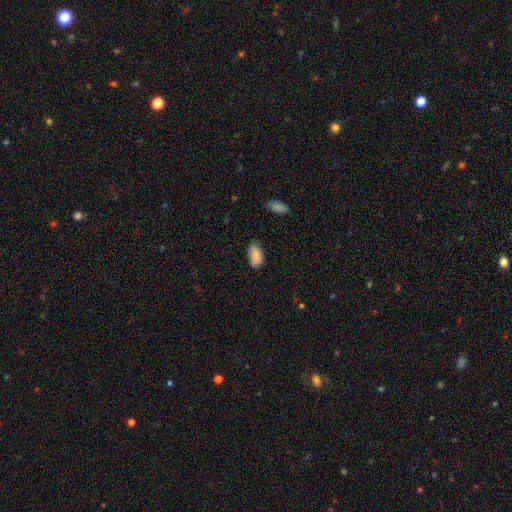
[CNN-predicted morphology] Overall: smooth (85%). How rounded: in between (93%). Merging: none (70%).